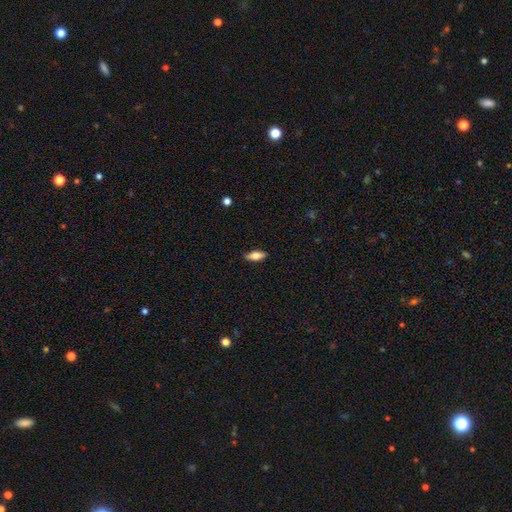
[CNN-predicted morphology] type=smooth (70%); roundness=in between (76%); merging=none (88%).